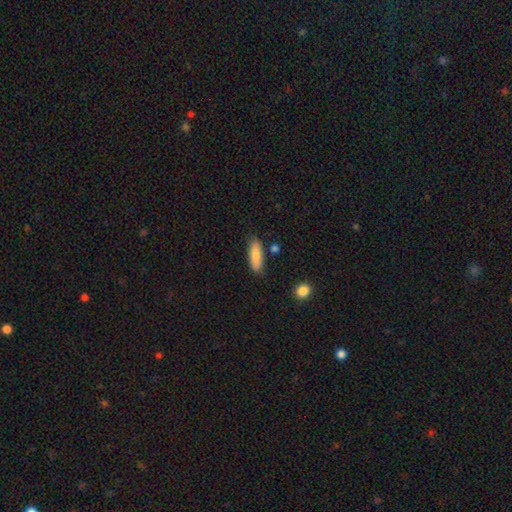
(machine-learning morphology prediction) Overall: smooth (84%). How rounded: in between (53%; cigar-shaped 45%). Merging: none (81%).